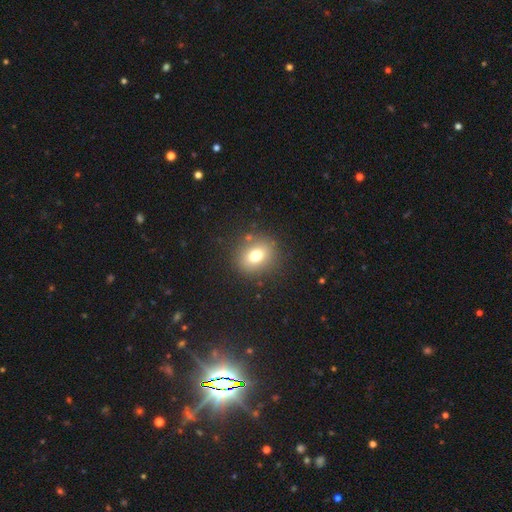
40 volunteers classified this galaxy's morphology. smooth-or-featured: smooth: 85% | star or artifact: 12% | featured or disk: 2%
  how-rounded: round: 62% | in between: 38% | cigar-shaped: 0%
  merging: none: 86% | major disturbance: 9% | minor disturbance: 3% | merger: 3%